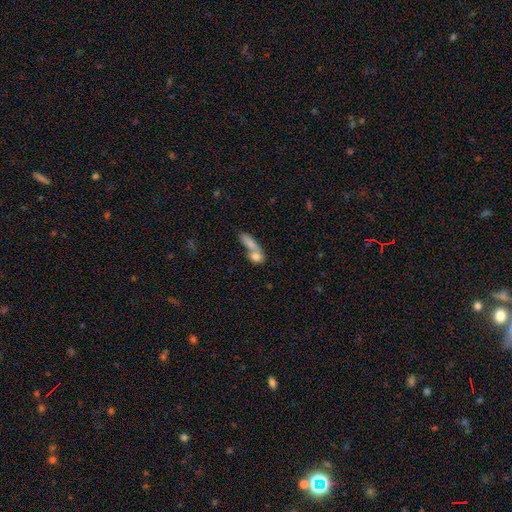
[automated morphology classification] Overall: smooth (77%). How rounded: in between (52%; cigar-shaped 26%). Merging: merger (55%; none 31%).